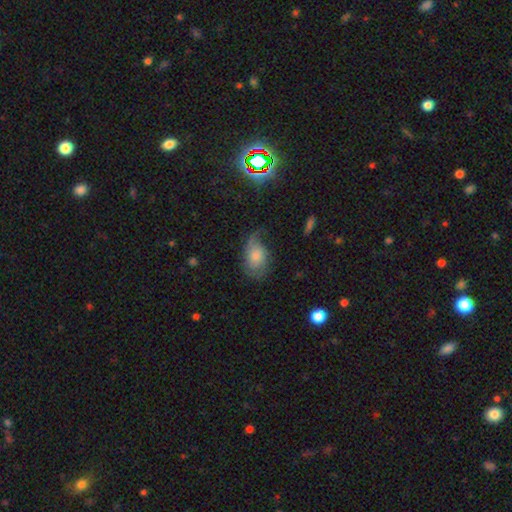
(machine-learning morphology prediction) smooth-or-featured: smooth: 46% | featured or disk: 45% | star or artifact: 9%
  merging: none: 44% | minor disturbance: 30% | major disturbance: 24% | merger: 2%